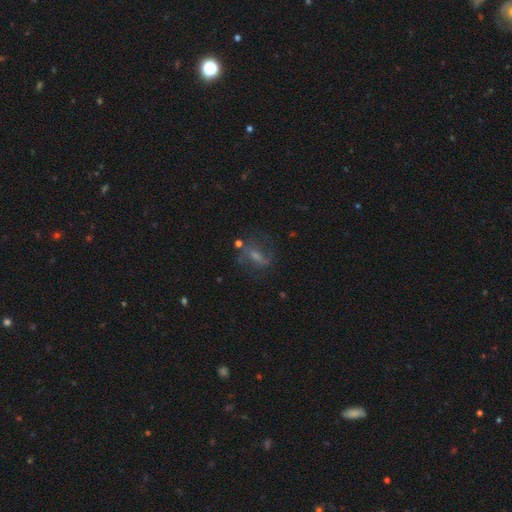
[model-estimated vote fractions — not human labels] This is possibly a featured or disk galaxy (55%). It is clearly not viewed edge-on (92%). Bar: marginally weak (43%). Spiral arm pattern: likely yes (68%). Central bulge: marginally small (38%, tied with moderate). Merging: possibly none (57%).